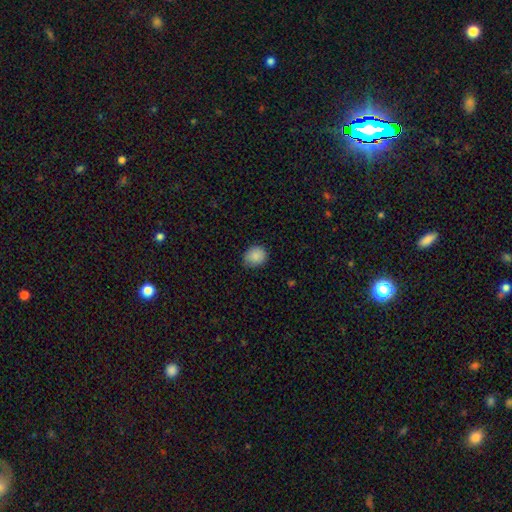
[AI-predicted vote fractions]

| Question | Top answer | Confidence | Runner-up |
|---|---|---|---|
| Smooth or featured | smooth | 88% | star or artifact (8%) |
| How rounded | round | 70% | in between (29%) |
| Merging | none | 77% | minor disturbance (19%) |